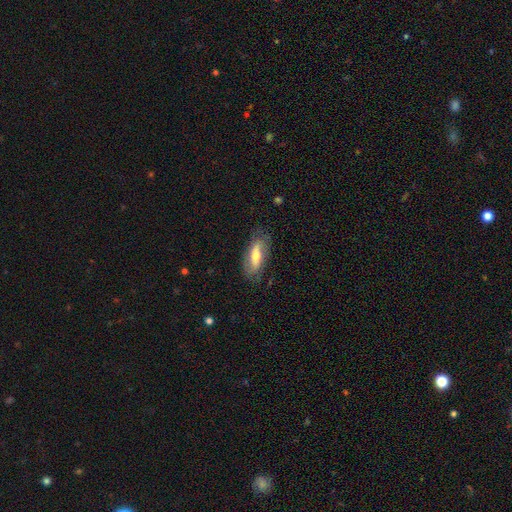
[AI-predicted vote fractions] A featured or disk galaxy (53%).

Vote fractions:
- Smooth or featured? featured or disk: 53% / smooth: 41% / star or artifact: 7%
- Edge-on disk? no: 78% / yes: 22%
- Merging? none: 75% / minor disturbance: 18% / major disturbance: 6% / merger: 1%